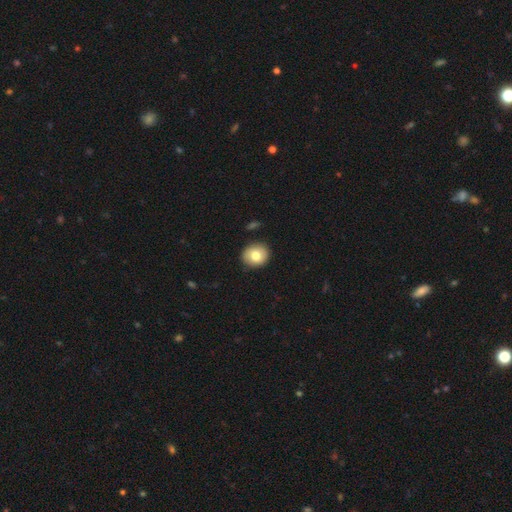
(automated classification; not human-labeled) This is likely a smooth galaxy (78%). How rounded: likely round (72%). Merging: clearly none (86%).